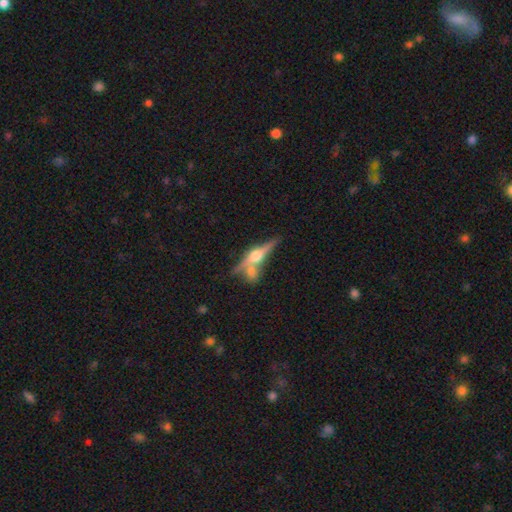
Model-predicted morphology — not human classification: This appears to be a featured or disk galaxy (72%) viewed edge-on (94%) with a rounded central bulge (94%). Merging: none (56%).